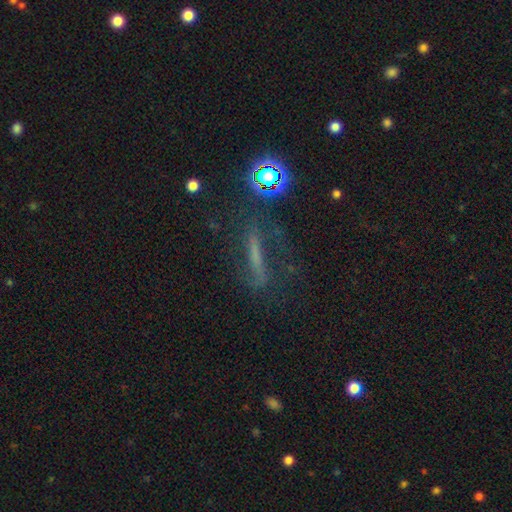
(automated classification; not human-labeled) featured or disk 42%, smooth 29%, star or artifact 29%. Down the decision tree: merging — none (60%).